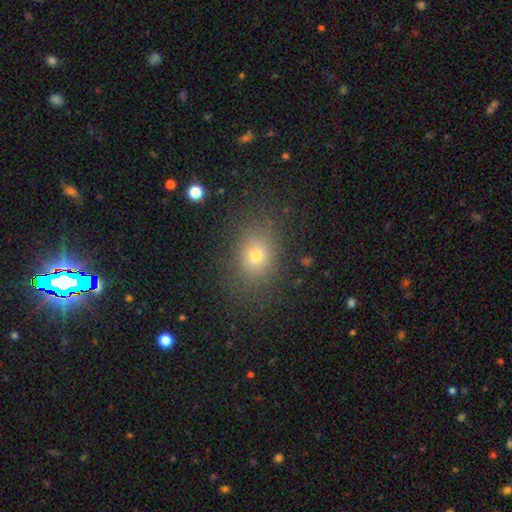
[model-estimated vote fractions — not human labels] Q: Smooth or featured?
A: smooth (69%); runner-up: star or artifact (18%)
Q: How rounded?
A: in between (54%); runner-up: round (45%)
Q: Merging?
A: none (80%); runner-up: minor disturbance (13%)